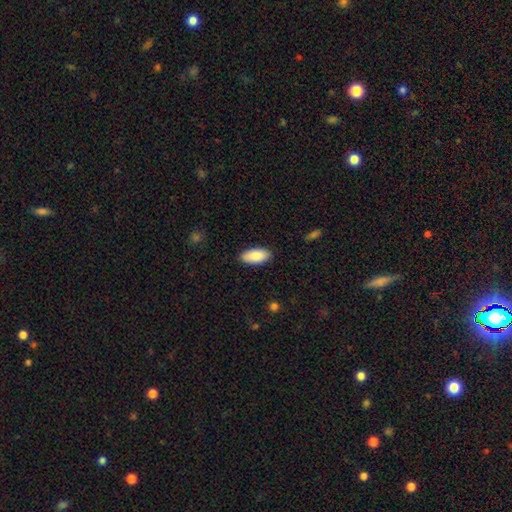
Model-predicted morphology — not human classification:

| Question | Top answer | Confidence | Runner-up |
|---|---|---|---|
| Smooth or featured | smooth | 89% | star or artifact (6%) |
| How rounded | in between | 92% | cigar-shaped (6%) |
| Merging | none | 87% | minor disturbance (9%) |